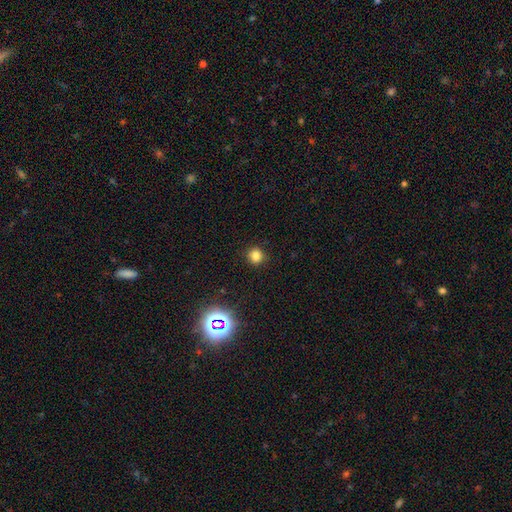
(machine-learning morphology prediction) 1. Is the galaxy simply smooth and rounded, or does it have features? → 79% smooth, 16% star or artifact, 5% featured or disk.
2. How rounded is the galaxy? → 87% round, 12% in between, 1% cigar-shaped.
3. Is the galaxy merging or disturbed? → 89% none, 7% minor disturbance, 2% major disturbance, 1% merger.